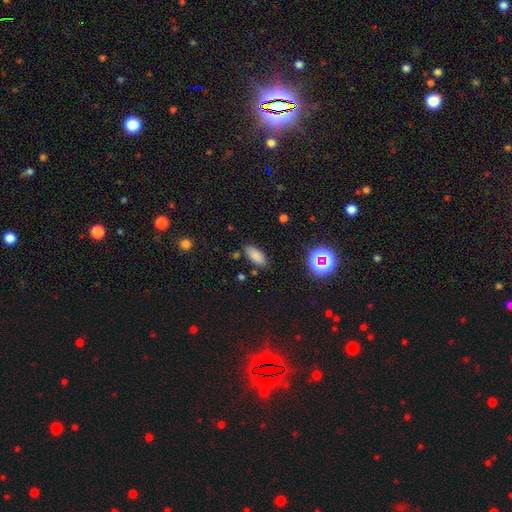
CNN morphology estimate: Overall: smooth (83%). How rounded: in between (82%). Merging: none (84%).